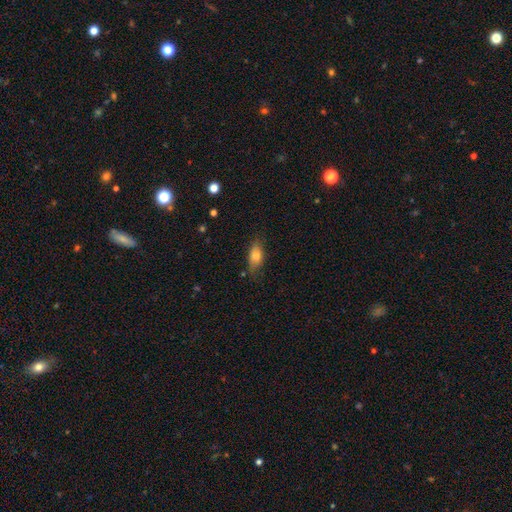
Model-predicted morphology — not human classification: This is clearly a smooth galaxy (80%). How rounded: clearly in between (83%). Merging: likely none (72%).